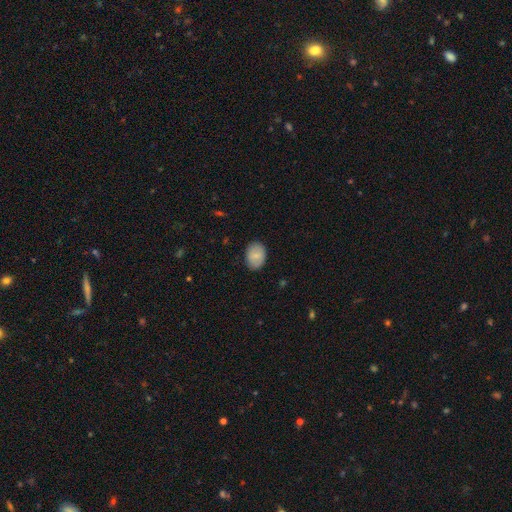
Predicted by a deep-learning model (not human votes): Smooth or featured: smooth — 78% (featured or disk — 15%)
How rounded: in between — 73% (round — 26%)
Merging: none — 84% (minor disturbance — 12%)